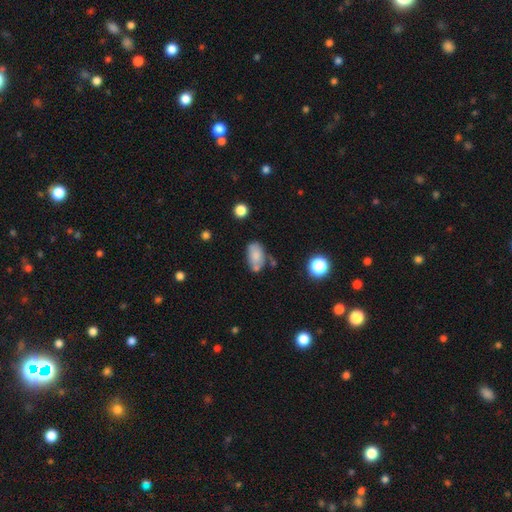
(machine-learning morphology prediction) This is likely a smooth galaxy (73%). How rounded: clearly in between (90%). Merging: possibly none (51%).